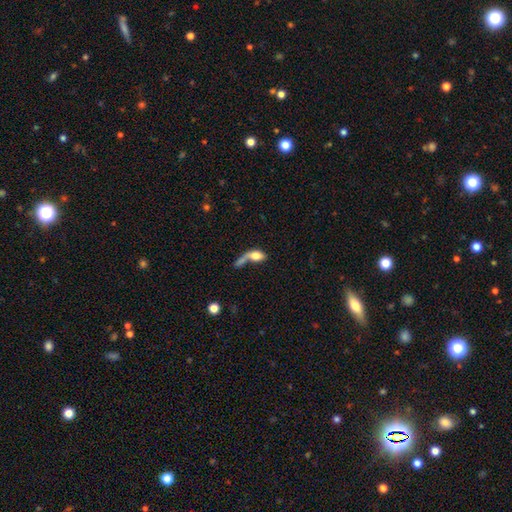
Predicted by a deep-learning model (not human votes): This appears to be a smooth galaxy with no disk features (66%) that is in between round and cigar-shaped (75%). Merging: merger (43%).